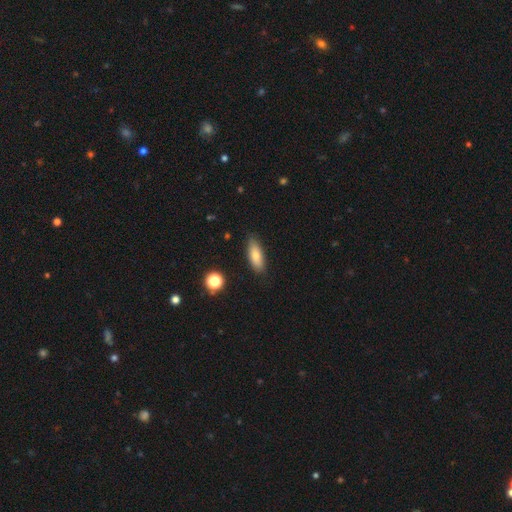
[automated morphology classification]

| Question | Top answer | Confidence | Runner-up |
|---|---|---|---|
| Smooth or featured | smooth | 78% | featured or disk (15%) |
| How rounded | in between | 69% | cigar-shaped (28%) |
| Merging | none | 85% | minor disturbance (11%) |